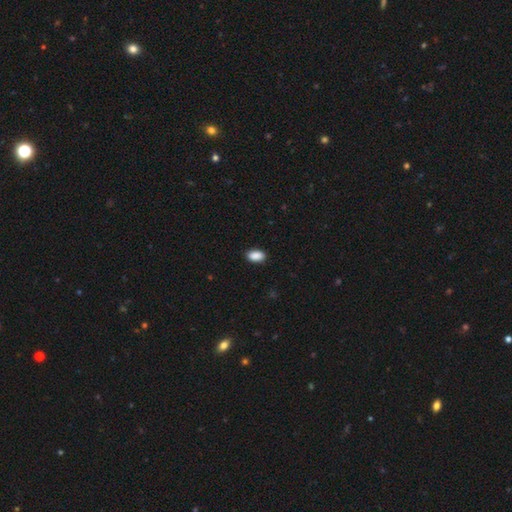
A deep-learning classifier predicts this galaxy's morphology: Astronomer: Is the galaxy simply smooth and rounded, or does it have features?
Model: smooth — 90%.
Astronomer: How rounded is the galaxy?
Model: in between — 93%.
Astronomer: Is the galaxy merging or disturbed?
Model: none — 88%.